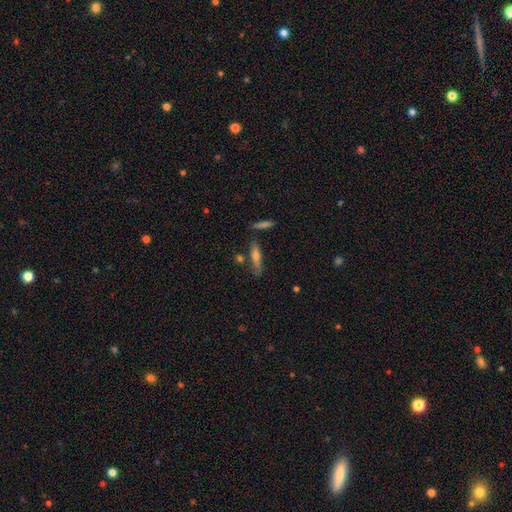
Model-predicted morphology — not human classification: featured or disk 45%, smooth 44%, star or artifact 10%. Down the decision tree: merging — none (73%).